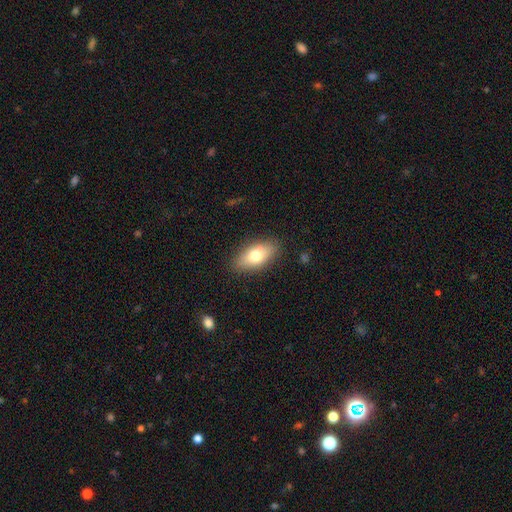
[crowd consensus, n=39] Smooth or featured? smooth (72%)
How rounded? in between (96%)
Merging? none (72%)